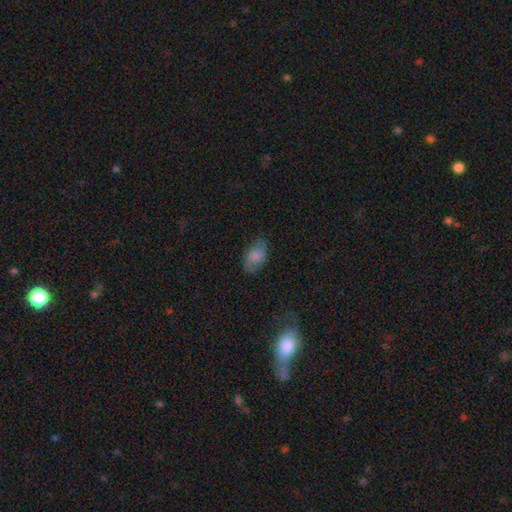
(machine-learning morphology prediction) Q: Smooth or featured?
A: smooth (71%); runner-up: featured or disk (20%)
Q: How rounded?
A: in between (91%); runner-up: round (7%)
Q: Merging?
A: none (74%); runner-up: minor disturbance (19%)